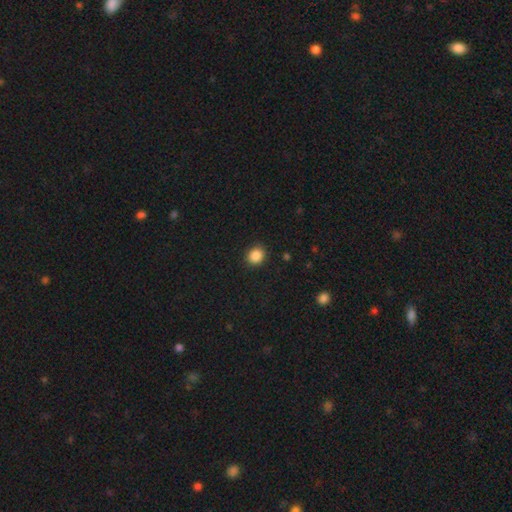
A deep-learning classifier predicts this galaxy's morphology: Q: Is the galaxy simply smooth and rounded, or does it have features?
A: smooth — 87%.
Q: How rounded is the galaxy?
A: round — 73%.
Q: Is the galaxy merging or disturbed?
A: none — 89%.